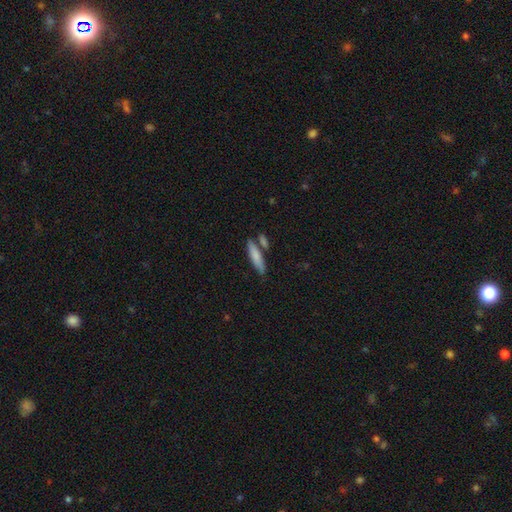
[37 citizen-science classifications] Smooth or featured? 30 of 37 (81%) said smooth. How rounded? 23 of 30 (77%) said cigar-shaped. Merging? 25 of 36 (69%) said none.